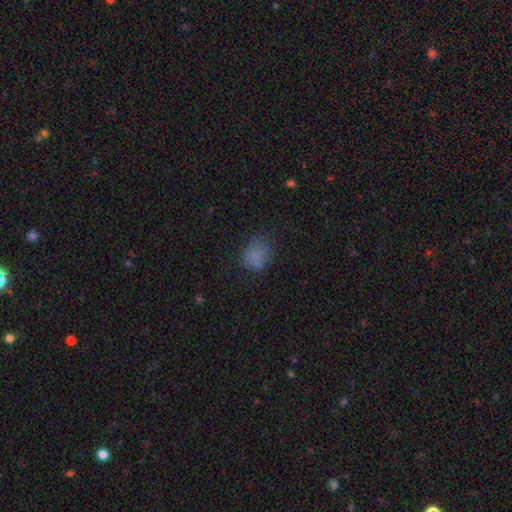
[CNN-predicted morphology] This is likely a smooth galaxy (73%). How rounded: possibly in between (54%). Merging: possibly none (57%).